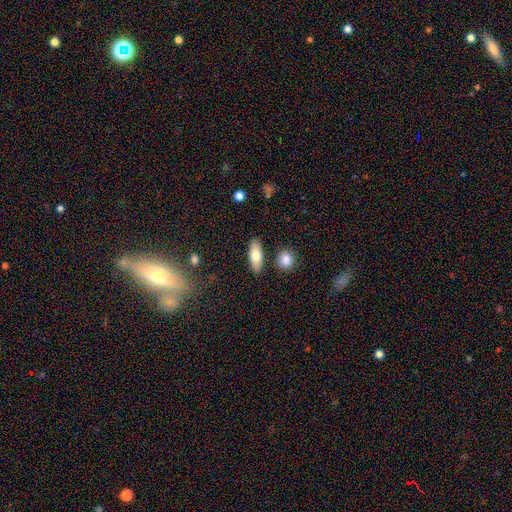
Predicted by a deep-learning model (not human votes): Q: Smooth or featured?
A: smooth (75%); runner-up: featured or disk (18%)
Q: How rounded?
A: in between (69%); runner-up: cigar-shaped (27%)
Q: Merging?
A: none (85%); runner-up: minor disturbance (9%)